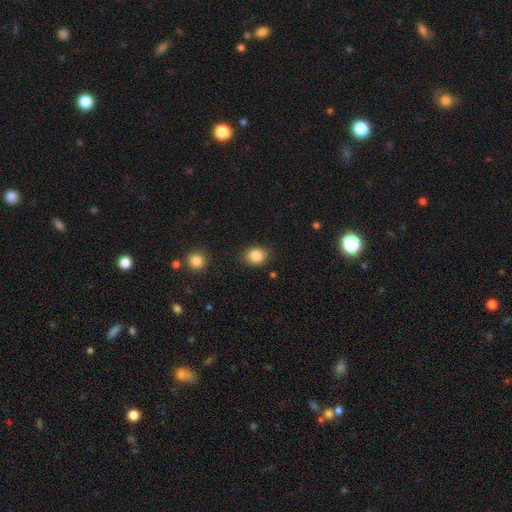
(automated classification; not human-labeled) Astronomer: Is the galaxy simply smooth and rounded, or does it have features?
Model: smooth — 86%.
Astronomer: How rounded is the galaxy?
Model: round — 56% (runner-up: in between, 43%).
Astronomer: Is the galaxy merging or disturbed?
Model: none — 85%.